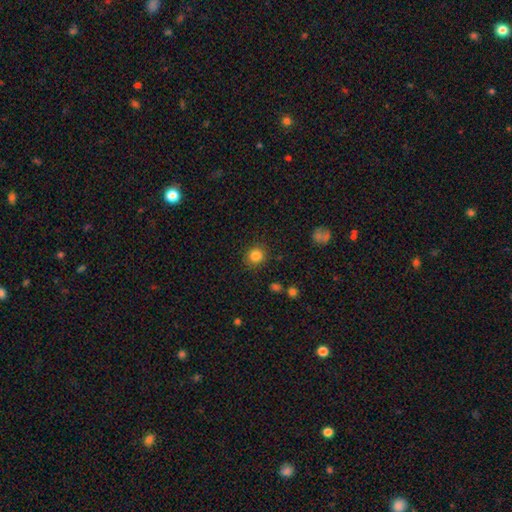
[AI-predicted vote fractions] This appears to be a smooth galaxy with no disk features (84%) that is round (90%). Merging: none (89%).